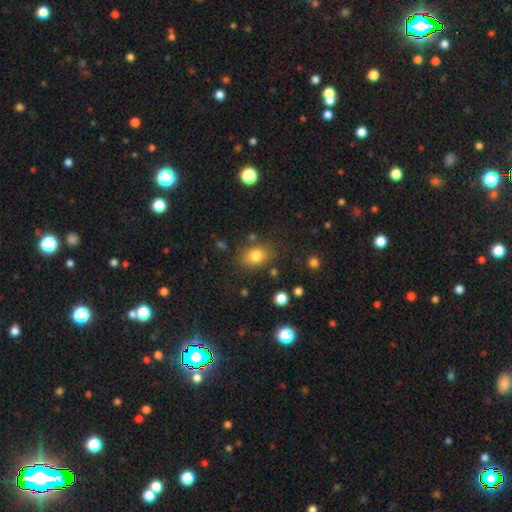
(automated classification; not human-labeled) Smooth or featured? smooth (80%)
How rounded? in between (67%)
Merging? none (78%)